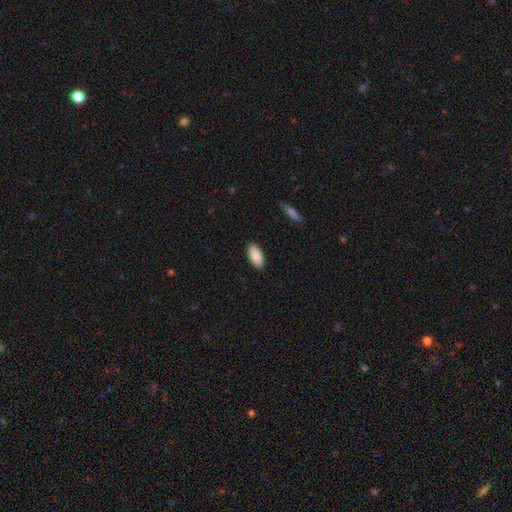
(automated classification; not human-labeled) Smooth or featured? smooth (90%)
How rounded? in between (91%)
Merging? none (90%)